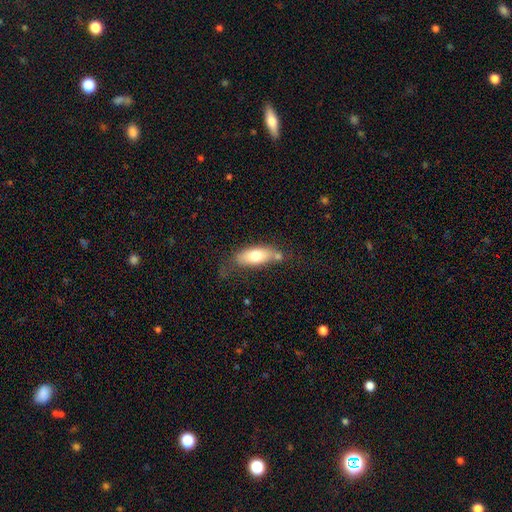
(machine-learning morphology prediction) Overall: smooth (71%). How rounded: in between (75%). Merging: none (57%; minor disturbance 23%).